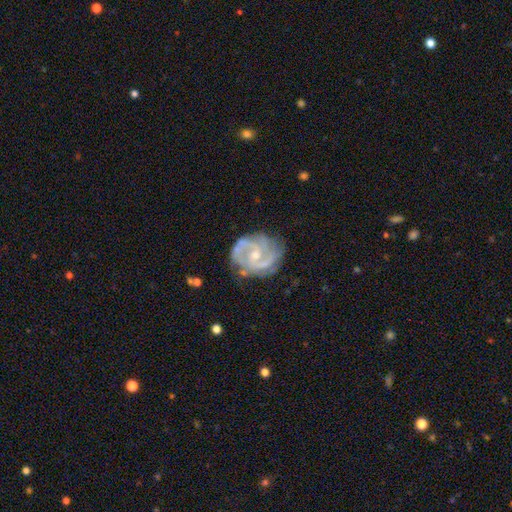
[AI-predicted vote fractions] A featured or disk galaxy (88%) with no bar (48%), 2 (61%) medium (49%) spiral arms (96%) and a small central bulge (52%).

Vote fractions:
- Smooth or featured? featured or disk: 88% / smooth: 7% / star or artifact: 5%
- Edge-on disk? no: 98% / yes: 2%
- Bar? no: 48% / weak: 42% / strong: 10%
- Spiral arms? yes: 96% / no: 4%
- Spiral winding? medium: 49% / tight: 39% / loose: 12%
- Spiral arm count? 2: 61% / 3: 18% / can't tell: 12% / 4: 4% / 1: 3% / more than 4: 3%
- Bulge size? small: 52% / moderate: 44% / none: 2% / large: 1% / dominant: 1%
- Merging? none: 69% / minor disturbance: 21% / major disturbance: 8% / merger: 2%